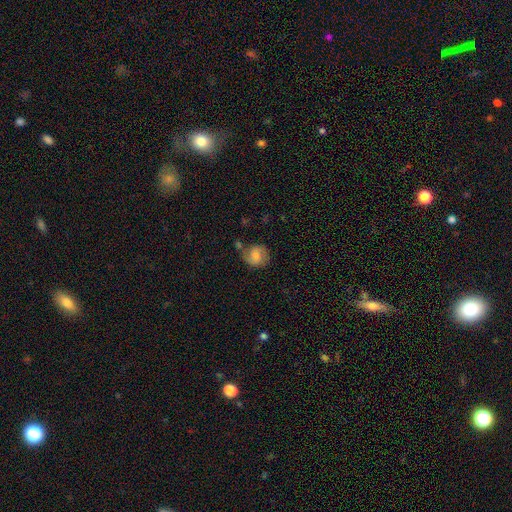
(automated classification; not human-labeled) A smooth galaxy with no disk features (57%) that is round (79%). Merging: none (59%).